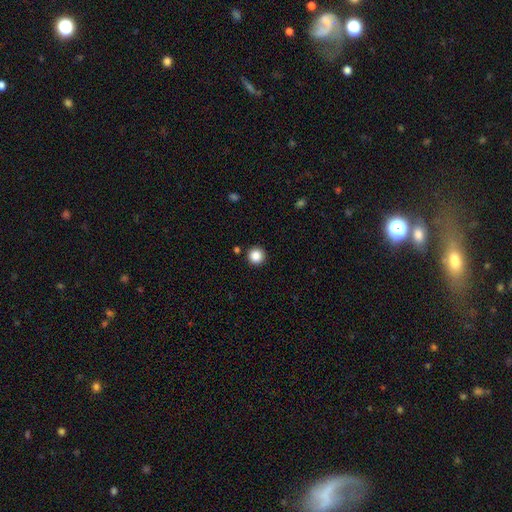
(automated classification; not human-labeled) smooth 87%, star or artifact 10%, featured or disk 3%. Down the decision tree: how rounded — round (96%); merging — none (91%).